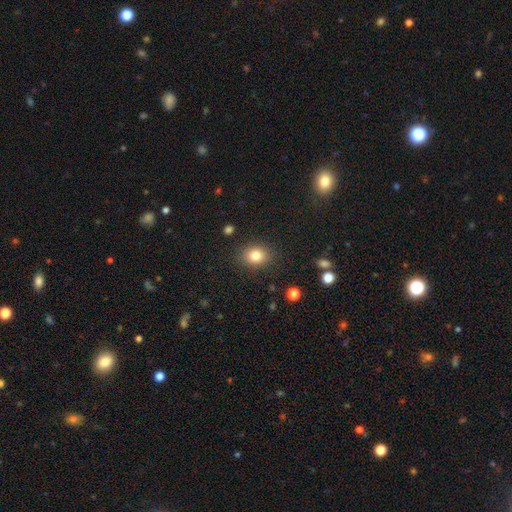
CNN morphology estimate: Smooth or featured: smooth — 82% (star or artifact — 11%)
How rounded: round — 51% (in between — 48%)
Merging: none — 86% (minor disturbance — 10%)